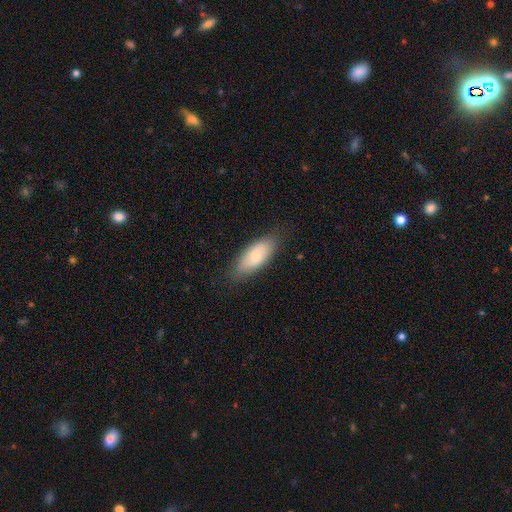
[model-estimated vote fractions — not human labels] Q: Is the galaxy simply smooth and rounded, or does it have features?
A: smooth — 78%.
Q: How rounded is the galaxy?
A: in between — 79%.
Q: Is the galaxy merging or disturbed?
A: none — 81%.